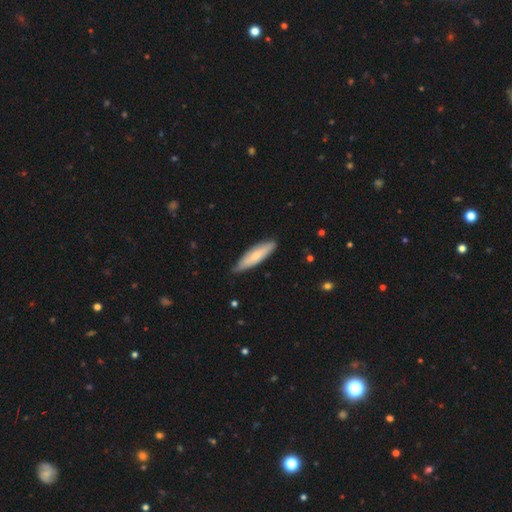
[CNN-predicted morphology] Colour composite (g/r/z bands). It shows a smooth galaxy with no disk features (69%) that is cigar-shaped (66%). Merging: none (80%).